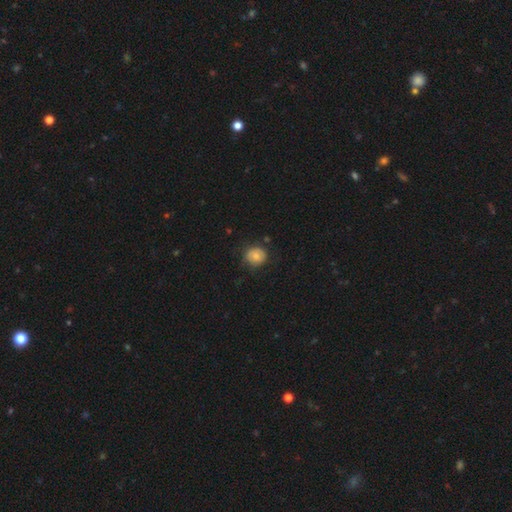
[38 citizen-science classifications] Overall: smooth (76%). How rounded: round (90%). Merging: none (86%).